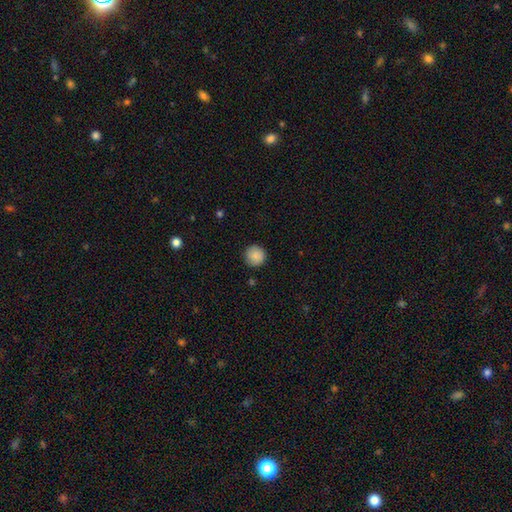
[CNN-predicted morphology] This appears to be a smooth galaxy with no disk features (87%) that is round (95%). Merging: none (90%).